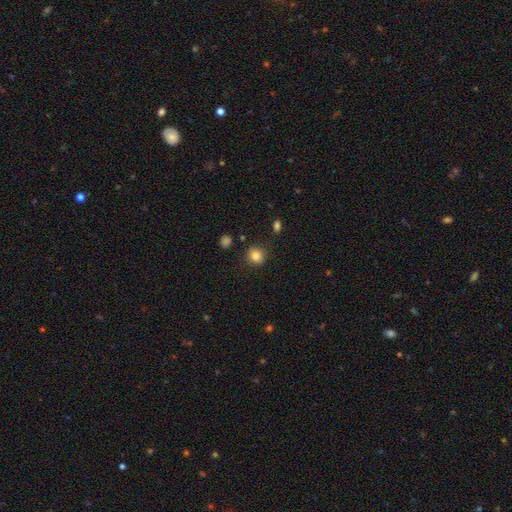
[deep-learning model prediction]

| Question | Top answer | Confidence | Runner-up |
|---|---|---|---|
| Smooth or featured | smooth | 83% | star or artifact (11%) |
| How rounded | round | 83% | in between (16%) |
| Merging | none | 84% | minor disturbance (11%) |